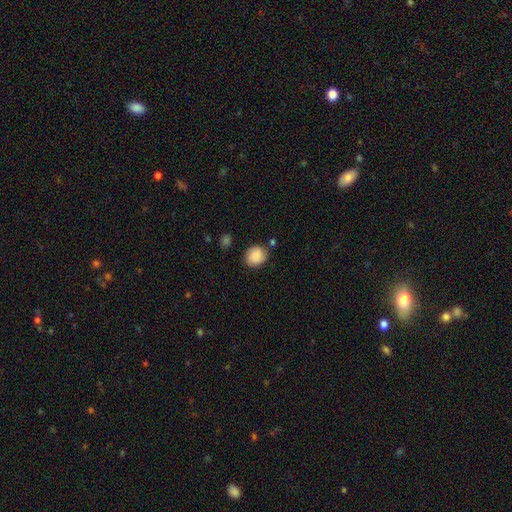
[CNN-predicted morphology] Smooth or featured? smooth (88%)
How rounded? round (73%)
Merging? none (77%)